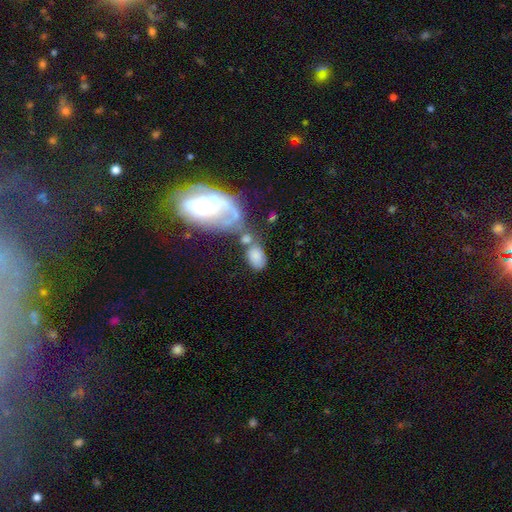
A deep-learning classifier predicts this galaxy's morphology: This is likely a smooth galaxy (70%). How rounded: clearly in between (88%). Merging: marginally merger (39%).